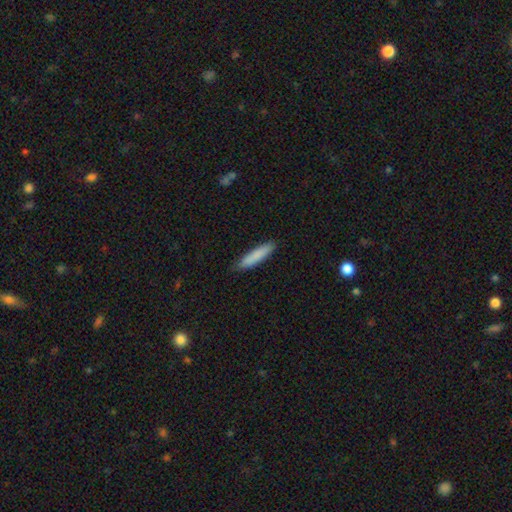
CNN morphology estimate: type=smooth (84%); roundness=cigar-shaped (85%); merging=none (86%).